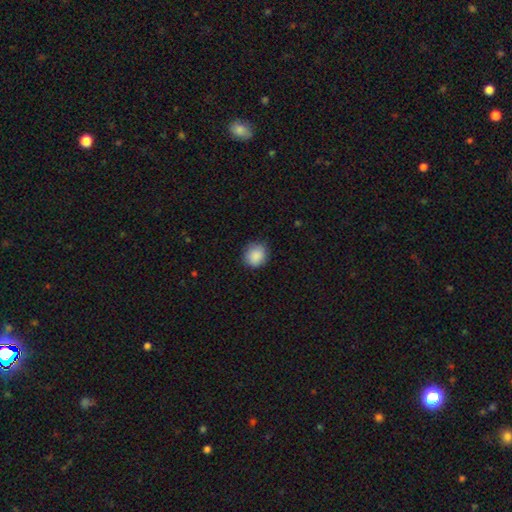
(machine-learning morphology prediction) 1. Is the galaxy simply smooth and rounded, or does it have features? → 88% smooth, 8% star or artifact, 4% featured or disk.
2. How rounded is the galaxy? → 83% round, 16% in between, 1% cigar-shaped.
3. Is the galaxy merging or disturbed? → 84% none, 12% minor disturbance, 3% major disturbance, 1% merger.